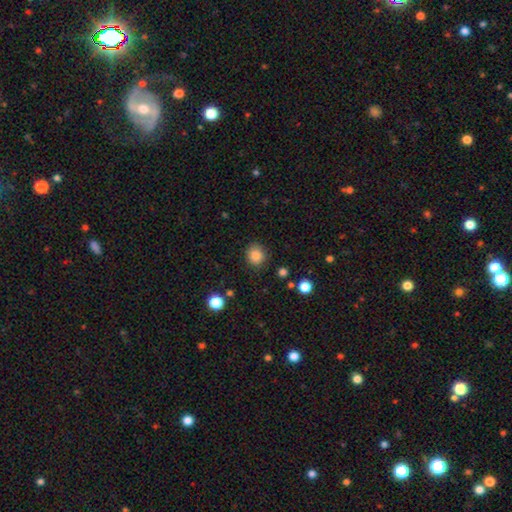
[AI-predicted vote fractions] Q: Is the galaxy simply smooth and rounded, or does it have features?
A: smooth — 86%.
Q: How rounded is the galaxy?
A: round — 81%.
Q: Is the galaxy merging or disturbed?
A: none — 85%.